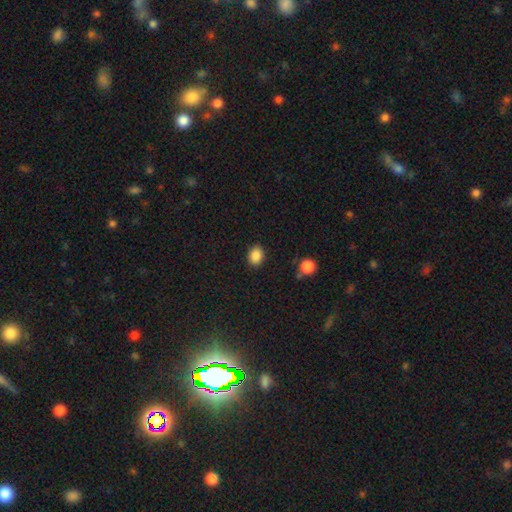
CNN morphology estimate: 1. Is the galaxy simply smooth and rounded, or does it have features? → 88% smooth, 9% star or artifact, 3% featured or disk.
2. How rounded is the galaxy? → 62% in between, 37% round, 1% cigar-shaped.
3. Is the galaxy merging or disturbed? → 87% none, 9% minor disturbance, 2% major disturbance, 2% merger.